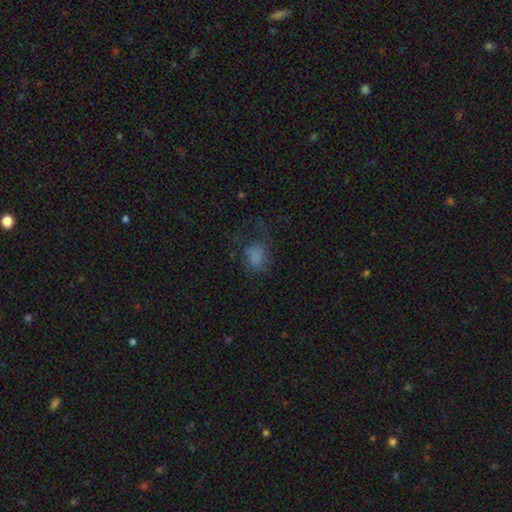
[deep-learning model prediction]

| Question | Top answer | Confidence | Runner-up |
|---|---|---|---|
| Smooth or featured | smooth | 67% | featured or disk (17%) |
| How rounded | in between | 62% | round (37%) |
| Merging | major disturbance | 39% | none (37%) |